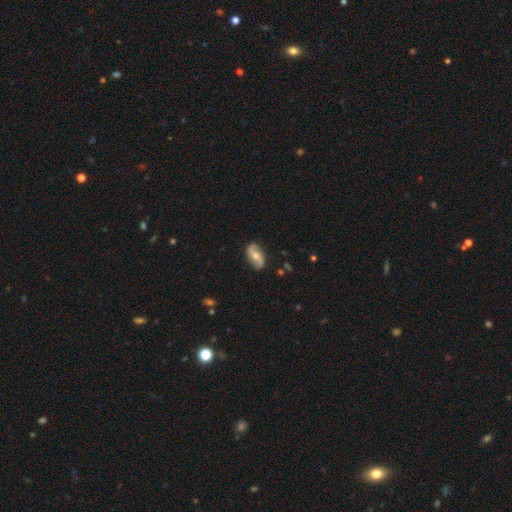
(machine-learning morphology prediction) smooth_or_featured: featured or disk (p=0.70) [alt: smooth p=0.23]
disk_edge_on: no (p=0.95) [alt: yes p=0.05]
bar: no (p=0.55) [alt: weak p=0.32]
has_spiral_arms: yes (p=0.89) [alt: no p=0.11]
spiral_winding: loose (p=0.61) [alt: medium p=0.27]
spiral_arm_count: 2 (p=0.91) [alt: can't tell p=0.04]
bulge_size: moderate (p=0.66) [alt: small p=0.28]
merging: none (p=0.83) [alt: minor disturbance p=0.13]